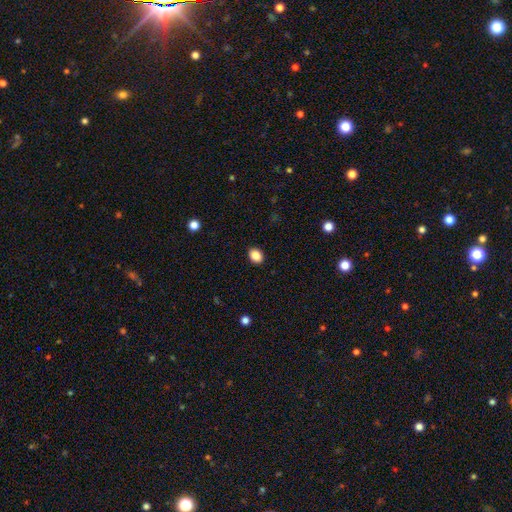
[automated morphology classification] Smooth or featured? Predicted: smooth (p=0.87). How rounded? Predicted: in between (p=0.56). Merging? Predicted: none (p=0.91).